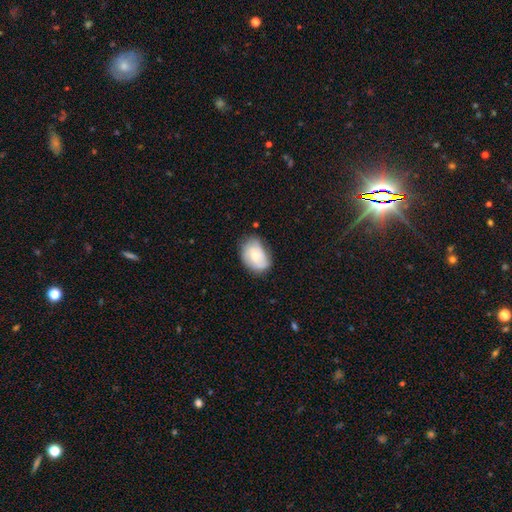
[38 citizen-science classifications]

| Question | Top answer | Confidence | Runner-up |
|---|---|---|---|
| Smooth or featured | smooth | 66% | featured or disk (29%) |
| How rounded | in between | 88% | round (12%) |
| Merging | none | 47% | minor disturbance (39%) |